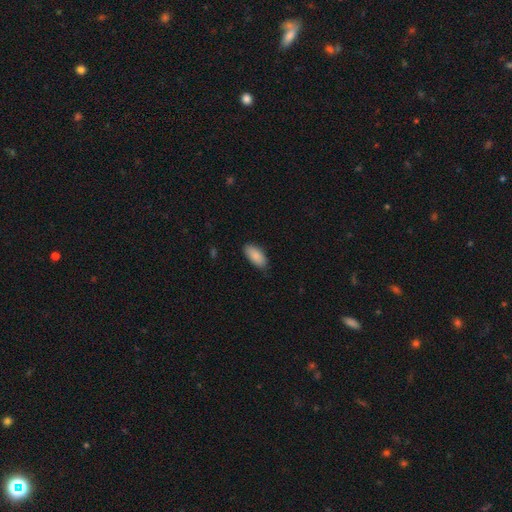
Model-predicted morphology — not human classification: smooth_or_featured: smooth (p=0.88) [alt: star or artifact p=0.06]
how_rounded: in between (p=0.91) [alt: cigar-shaped p=0.07]
merging: none (p=0.82) [alt: minor disturbance p=0.14]